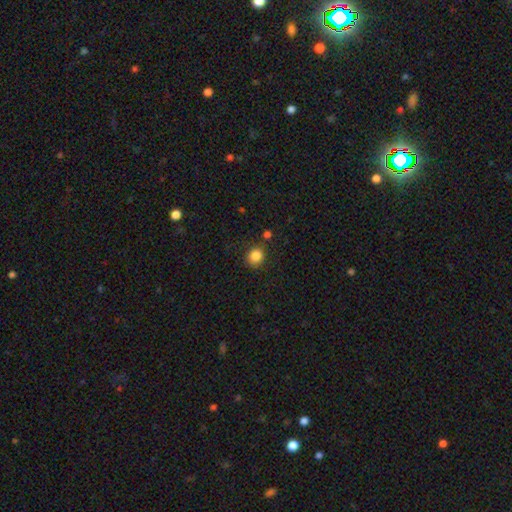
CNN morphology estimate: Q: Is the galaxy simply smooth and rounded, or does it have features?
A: smooth — 85%.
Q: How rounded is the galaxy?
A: round — 76%.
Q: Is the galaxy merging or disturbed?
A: none — 83%.